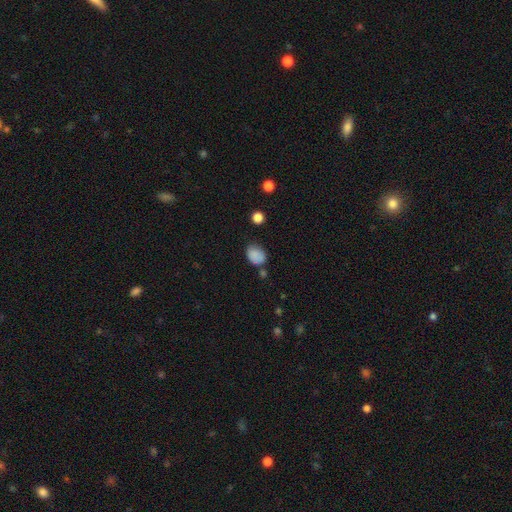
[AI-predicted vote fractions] smooth-or-featured: smooth: 84% | star or artifact: 10% | featured or disk: 6%
  how-rounded: in between: 66% | round: 33% | cigar-shaped: 1%
  merging: none: 64% | minor disturbance: 24% | merger: 7% | major disturbance: 6%